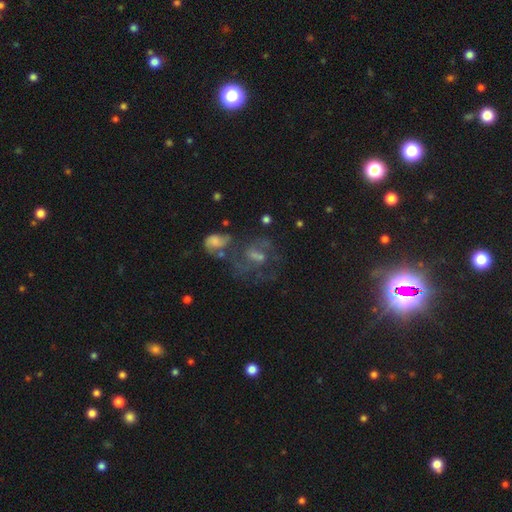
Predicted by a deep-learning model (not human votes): Morphology: type=featured or disk (61%); edge-on=no (96%); bar=weak (43%); spiral arms=yes (65%); bulge=small (36%); merging=none (34%).